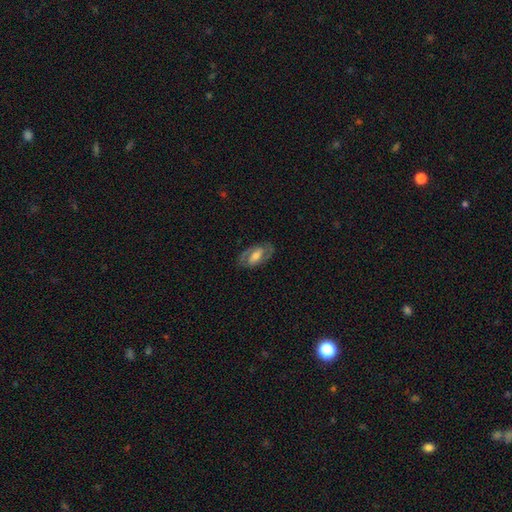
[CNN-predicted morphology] Smooth or featured: featured or disk — 68% (smooth — 26%)
Edge-on disk: no — 93% (yes — 7%)
Bar: weak — 41% (strong — 32%)
Spiral arms: yes — 79% (no — 21%)
Spiral winding: medium — 47% (tight — 37%)
Spiral arm count: 2 — 84% (can't tell — 10%)
Bulge size: moderate — 53% (small — 26%)
Merging: none — 79% (minor disturbance — 14%)